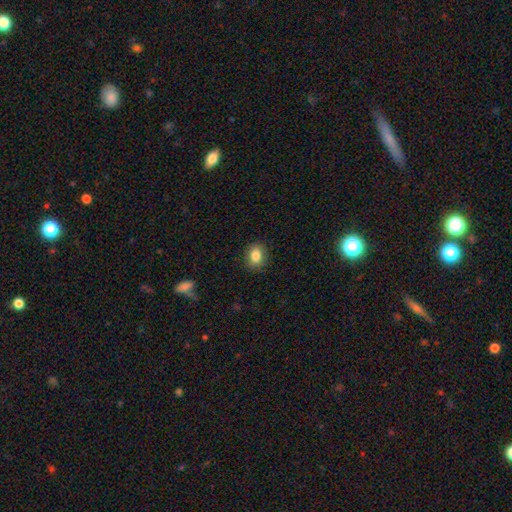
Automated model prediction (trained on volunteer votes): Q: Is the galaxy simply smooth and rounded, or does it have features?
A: smooth — 84%.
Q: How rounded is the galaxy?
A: in between — 51%.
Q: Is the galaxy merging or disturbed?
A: none — 87%.